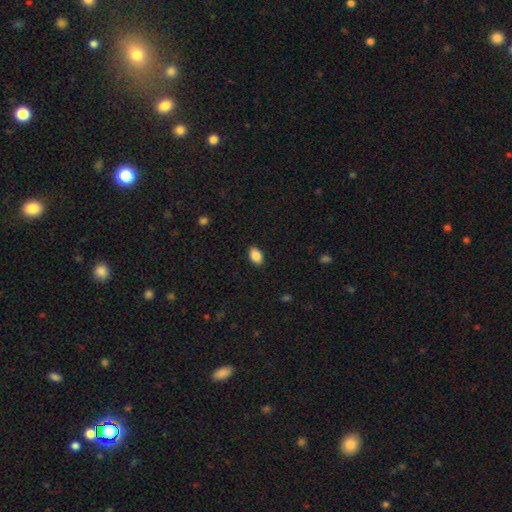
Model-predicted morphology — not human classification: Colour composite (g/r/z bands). It shows a smooth galaxy with no disk features (88%) that is in between round and cigar-shaped (88%). Merging: none (89%).